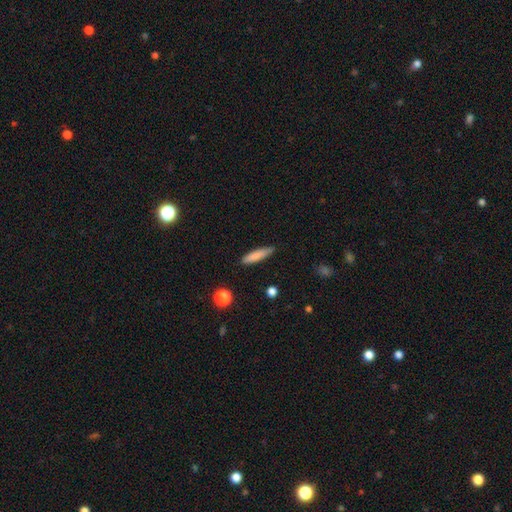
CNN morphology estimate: Smooth or featured? smooth (82%)
How rounded? cigar-shaped (83%)
Merging? none (83%)